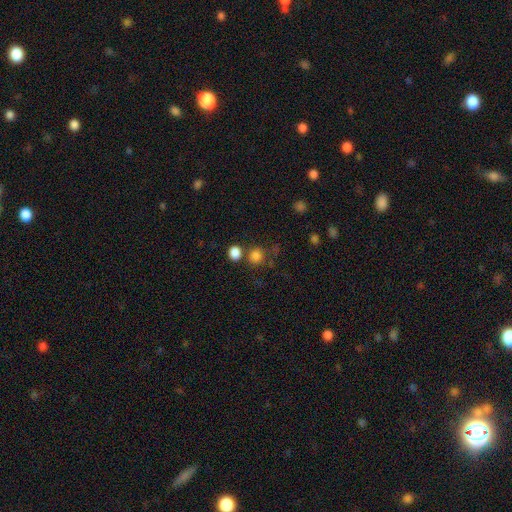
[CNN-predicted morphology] Smooth or featured: smooth — 82% (star or artifact — 13%)
How rounded: round — 87% (in between — 12%)
Merging: none — 67% (merger — 19%)